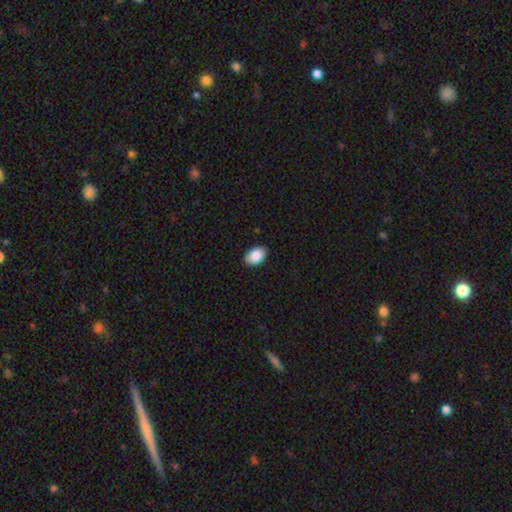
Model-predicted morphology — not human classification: This appears to be a smooth galaxy with no disk features (89%) that is in between round and cigar-shaped (88%). Merging: none (89%).